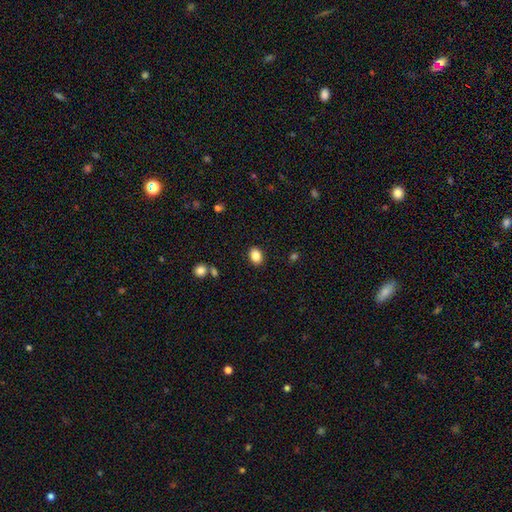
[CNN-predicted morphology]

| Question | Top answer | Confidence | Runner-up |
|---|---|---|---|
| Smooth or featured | smooth | 86% | star or artifact (9%) |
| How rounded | in between | 70% | round (29%) |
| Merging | none | 88% | minor disturbance (8%) |